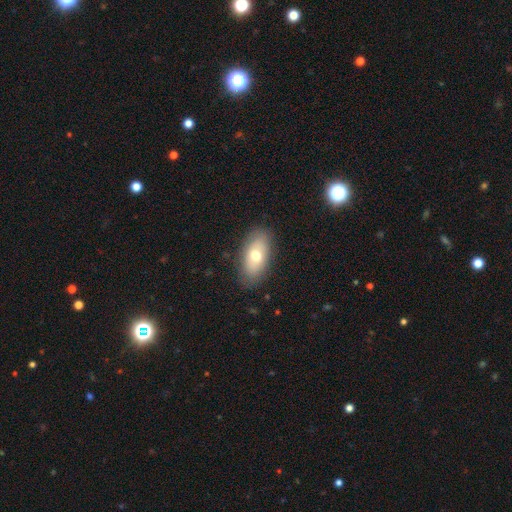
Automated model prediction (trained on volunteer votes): smooth_or_featured: smooth (p=0.67) [alt: featured or disk p=0.26]
how_rounded: in between (p=0.90) [alt: round p=0.06]
merging: none (p=0.84) [alt: minor disturbance p=0.12]